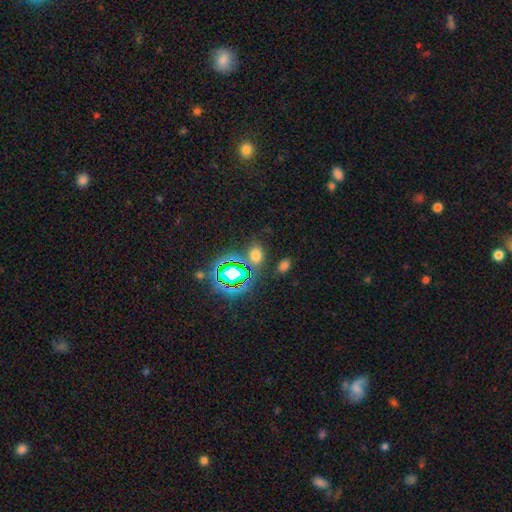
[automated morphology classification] Overall: smooth (57%; star or artifact 35%). How rounded: in between (67%; round 31%). Merging: none (76%).